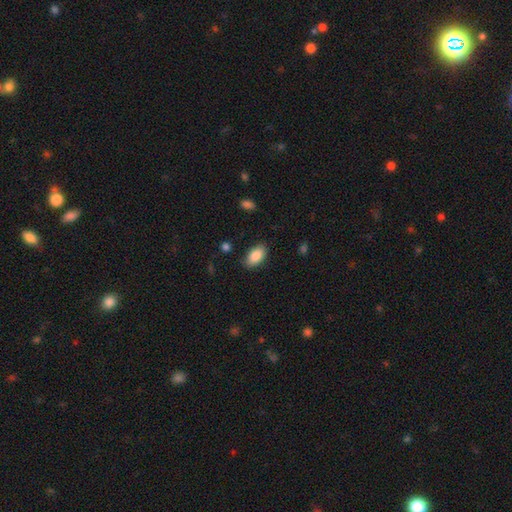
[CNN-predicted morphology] Overall: smooth (87%). How rounded: in between (93%). Merging: none (85%).